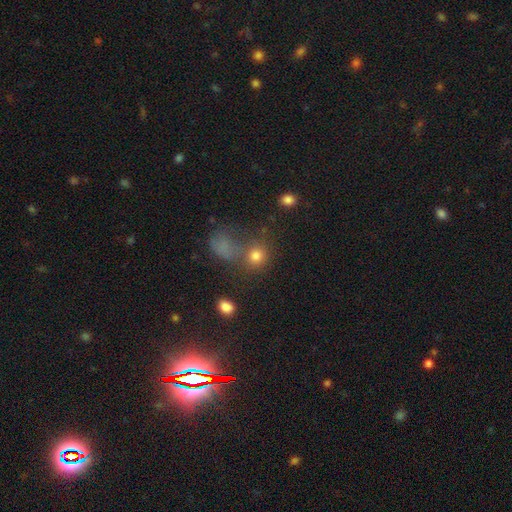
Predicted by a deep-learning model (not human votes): smooth 76%, star or artifact 15%, featured or disk 9%. Down the decision tree: how rounded — round (76%); merging — none (49%).